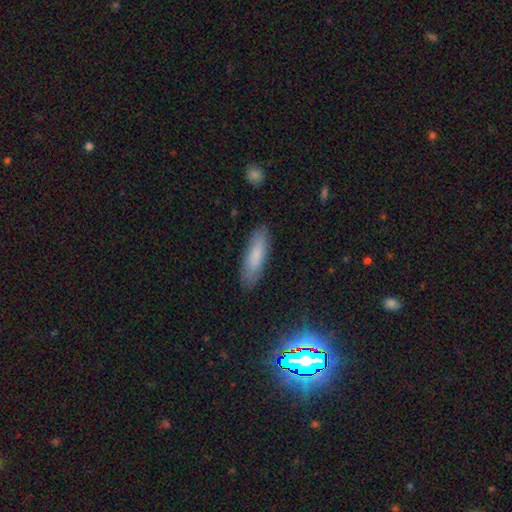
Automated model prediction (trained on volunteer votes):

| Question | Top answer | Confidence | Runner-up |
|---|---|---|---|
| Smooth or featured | smooth | 76% | featured or disk (15%) |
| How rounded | cigar-shaped | 64% | in between (34%) |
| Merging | none | 86% | minor disturbance (11%) |